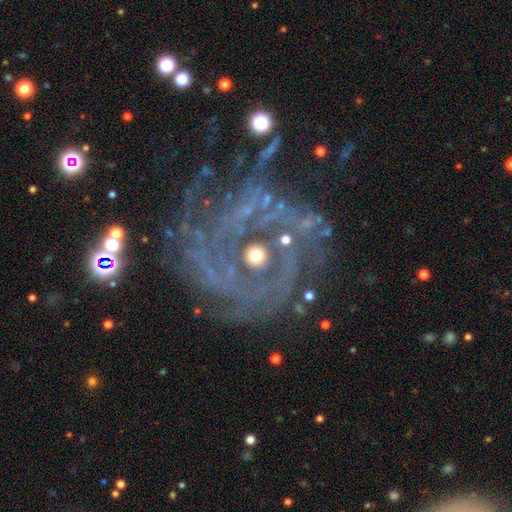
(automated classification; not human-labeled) Q: Smooth or featured?
A: featured or disk (68%); runner-up: smooth (19%)
Q: Edge-on disk?
A: no (95%); runner-up: yes (5%)
Q: Bar?
A: no (80%); runner-up: weak (13%)
Q: Spiral arms?
A: yes (70%); runner-up: no (30%)
Q: Bulge size?
A: moderate (47%); runner-up: small (36%)
Q: Merging?
A: none (62%); runner-up: minor disturbance (16%)